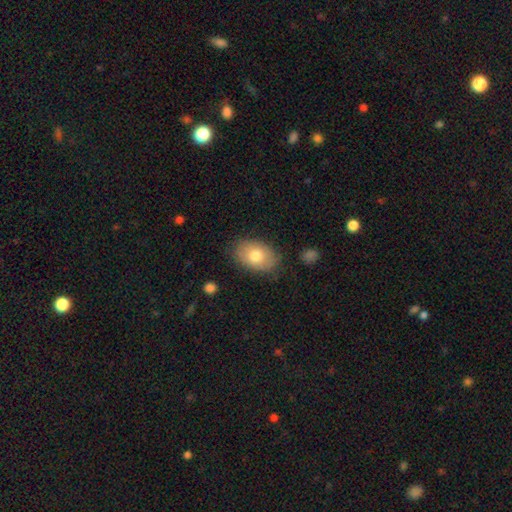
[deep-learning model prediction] Smooth or featured: smooth — 75% (featured or disk — 18%)
How rounded: in between — 86% (round — 13%)
Merging: none — 81% (minor disturbance — 14%)